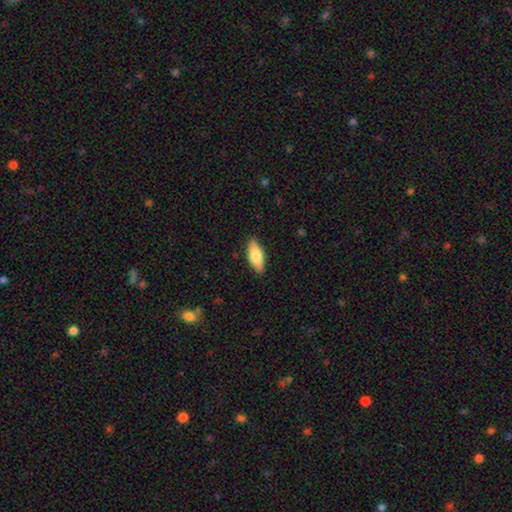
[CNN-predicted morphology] Q: Smooth or featured?
A: smooth (74%); runner-up: featured or disk (20%)
Q: How rounded?
A: in between (76%); runner-up: cigar-shaped (21%)
Q: Merging?
A: none (88%); runner-up: minor disturbance (10%)